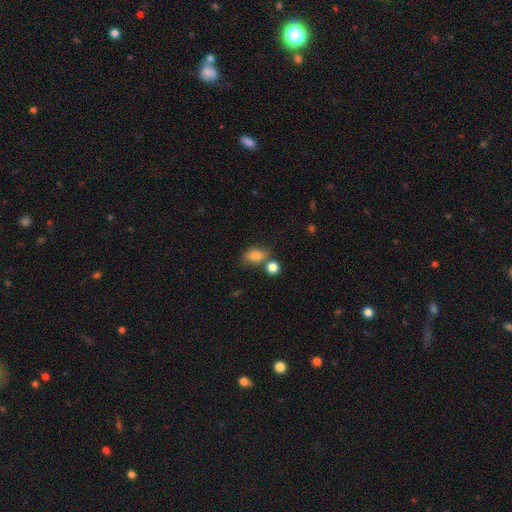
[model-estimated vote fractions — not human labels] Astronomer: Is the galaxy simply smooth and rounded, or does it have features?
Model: smooth — 83%.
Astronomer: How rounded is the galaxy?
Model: in between — 76%.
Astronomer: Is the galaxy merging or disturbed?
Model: none — 54%.